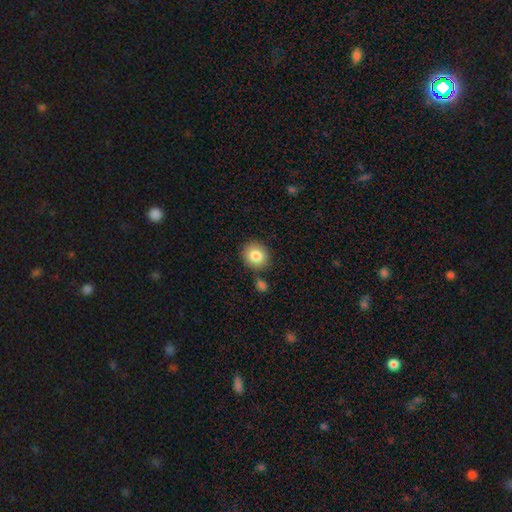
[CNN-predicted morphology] smooth 84%, star or artifact 8%, featured or disk 8%. Down the decision tree: how rounded — round (80%); merging — none (79%).